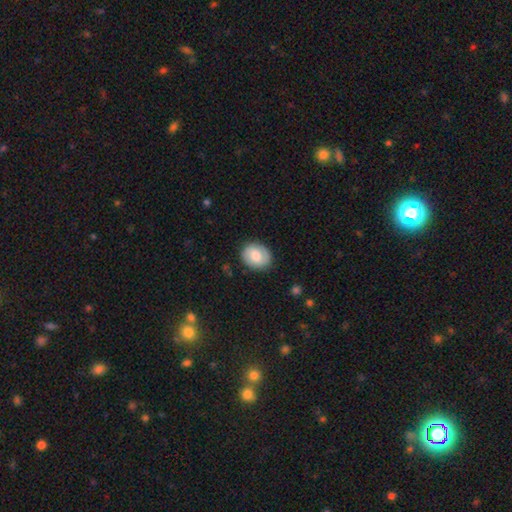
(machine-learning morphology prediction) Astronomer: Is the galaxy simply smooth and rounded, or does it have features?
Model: smooth — 60%.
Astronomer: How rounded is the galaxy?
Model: round — 62% (runner-up: in between, 38%).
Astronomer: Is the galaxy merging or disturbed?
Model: none — 85%.